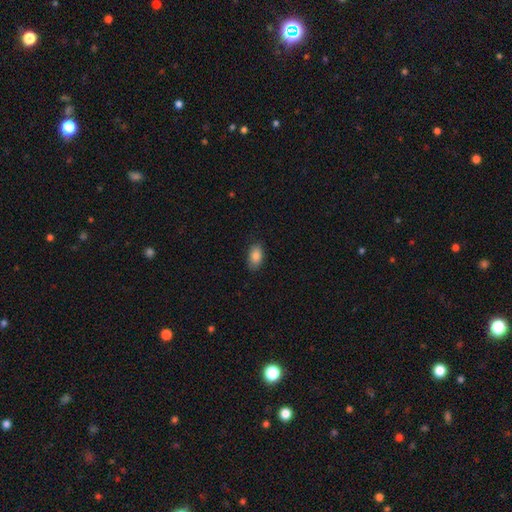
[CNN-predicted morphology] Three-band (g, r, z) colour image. It shows a smooth galaxy with no disk features (86%) that is in between round and cigar-shaped (91%). Merging: none (85%).